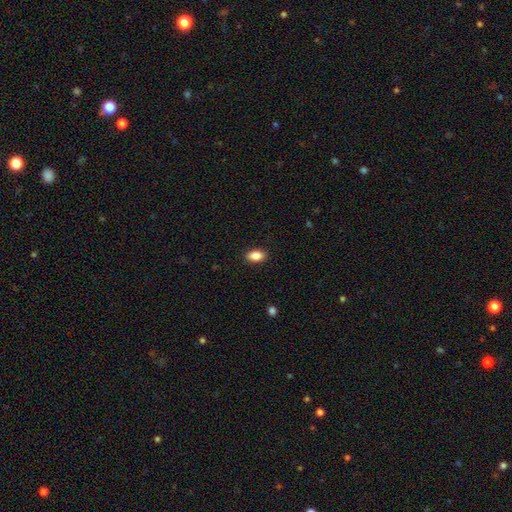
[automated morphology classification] Smooth or featured? Predicted: smooth (p=0.87). How rounded? Predicted: in between (p=0.89). Merging? Predicted: none (p=0.89).